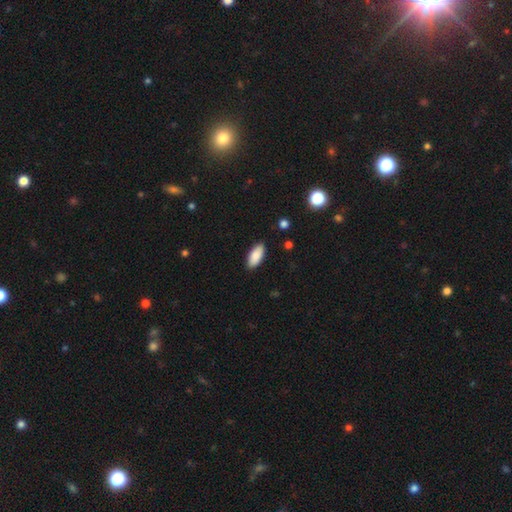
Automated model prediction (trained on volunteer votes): Overall: smooth (87%). How rounded: in between (87%). Merging: none (89%).